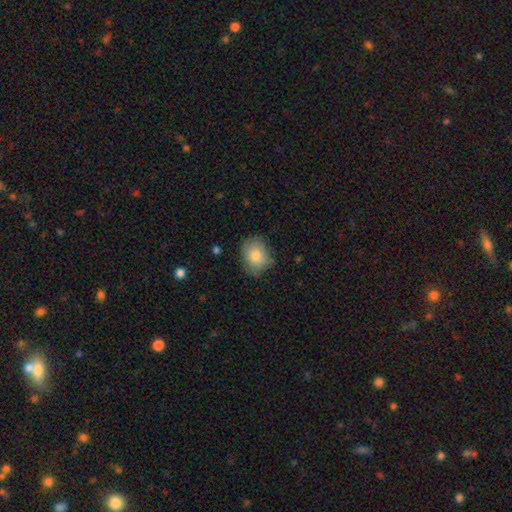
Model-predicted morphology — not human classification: Q: Smooth or featured?
A: smooth (82%); runner-up: featured or disk (10%)
Q: How rounded?
A: in between (54%); runner-up: round (45%)
Q: Merging?
A: none (73%); runner-up: minor disturbance (21%)